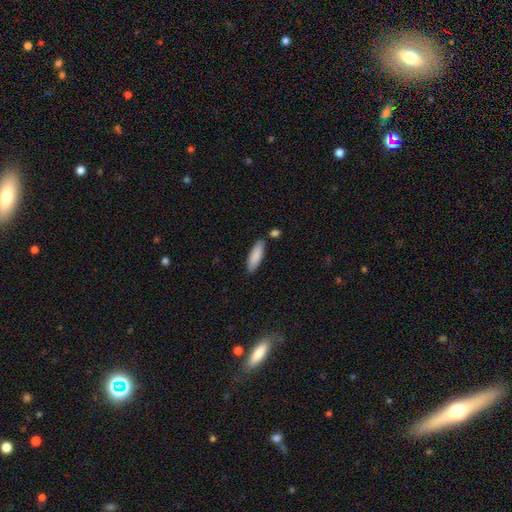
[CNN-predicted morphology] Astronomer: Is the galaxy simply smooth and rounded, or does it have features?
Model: smooth — 87%.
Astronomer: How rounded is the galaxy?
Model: in between — 51% (runner-up: cigar-shaped, 47%).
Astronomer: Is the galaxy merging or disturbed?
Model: none — 82%.